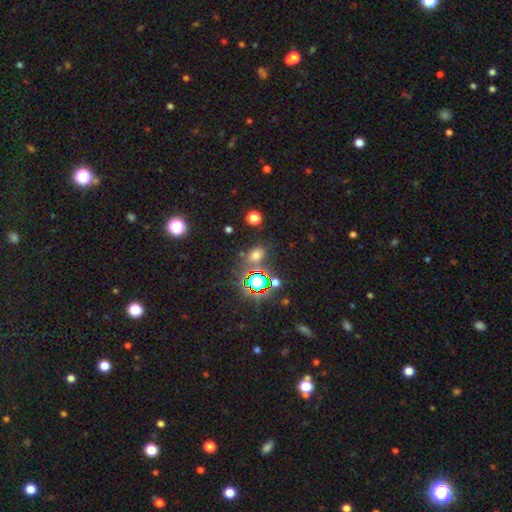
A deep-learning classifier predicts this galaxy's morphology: This appears to be a smooth galaxy with no disk features (57%) that is in between round and cigar-shaped (58%). Merging: none (75%).